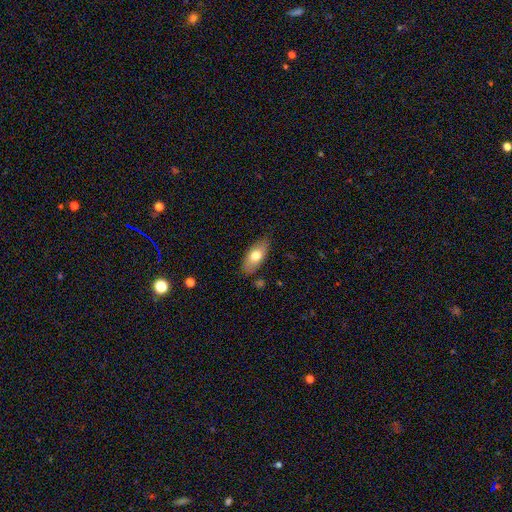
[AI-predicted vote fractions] Morphology: type=smooth (72%); roundness=in between (87%); merging=none (79%).